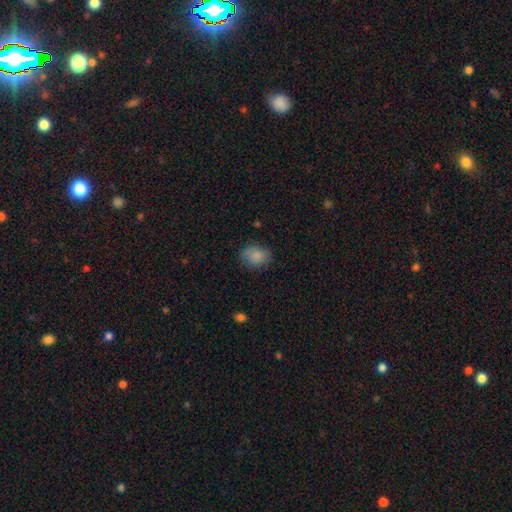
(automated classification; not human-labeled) smooth-or-featured: smooth: 83% | star or artifact: 9% | featured or disk: 8%
  how-rounded: in between: 52% | round: 47% | cigar-shaped: 1%
  merging: none: 69% | minor disturbance: 23% | major disturbance: 7% | merger: 2%